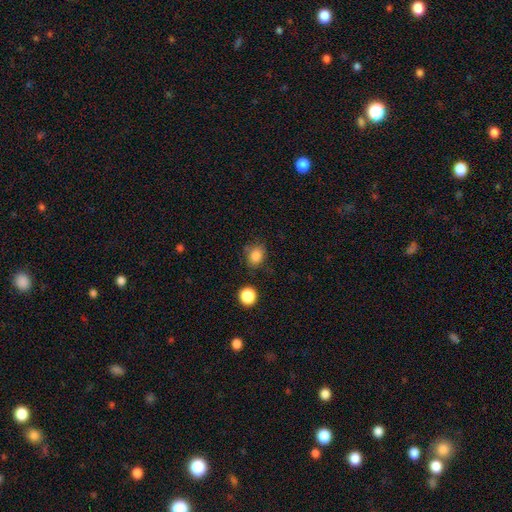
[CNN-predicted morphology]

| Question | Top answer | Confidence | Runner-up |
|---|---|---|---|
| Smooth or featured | smooth | 84% | star or artifact (11%) |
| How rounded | in between | 54% | round (45%) |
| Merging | none | 73% | minor disturbance (18%) |